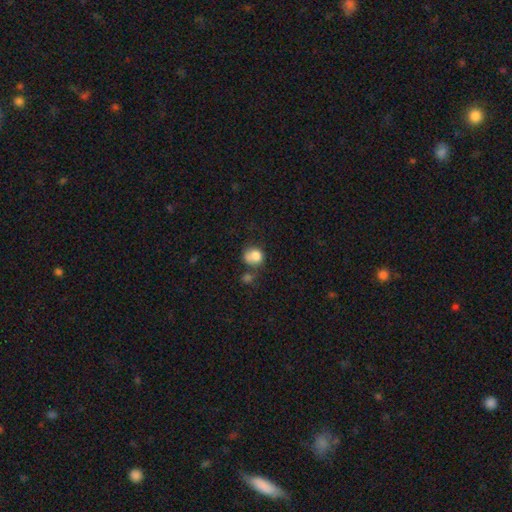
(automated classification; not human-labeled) Smooth or featured: smooth — 79% (featured or disk — 12%)
How rounded: round — 65% (in between — 34%)
Merging: none — 37% (merger — 25%)